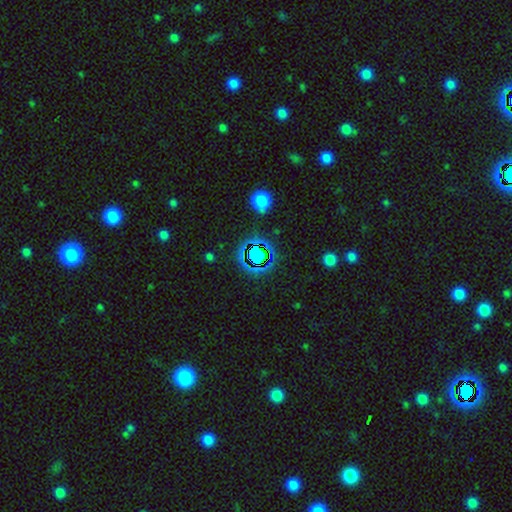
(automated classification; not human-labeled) Morphology: type=star or artifact (66%).